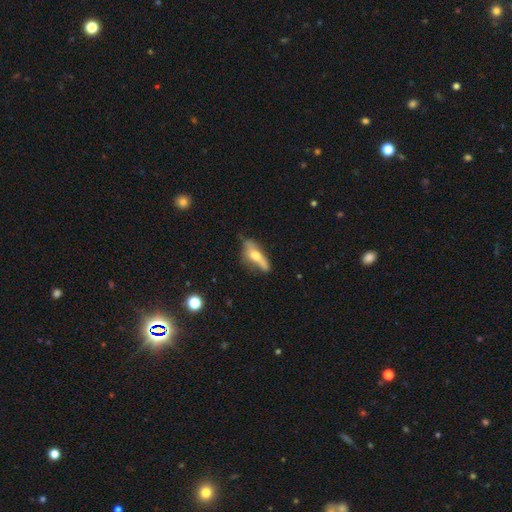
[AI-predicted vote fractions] The model was most divided on "smooth or featured": smooth: 47%, featured or disk: 45%, star or artifact: 8%. Remaining: merging — none (43%).